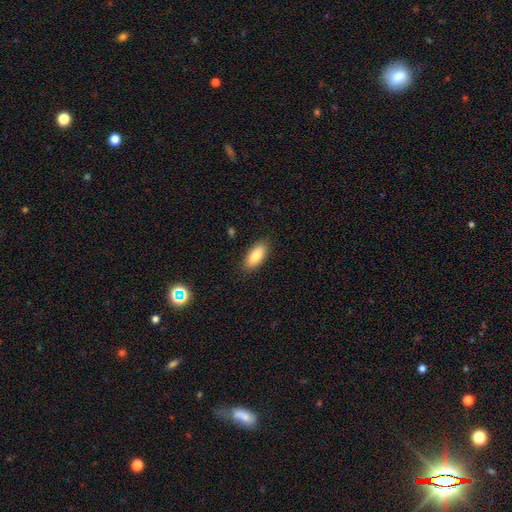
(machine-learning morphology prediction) Smooth or featured? Predicted: smooth (p=0.84). How rounded? Predicted: in between (p=0.87). Merging? Predicted: none (p=0.87).